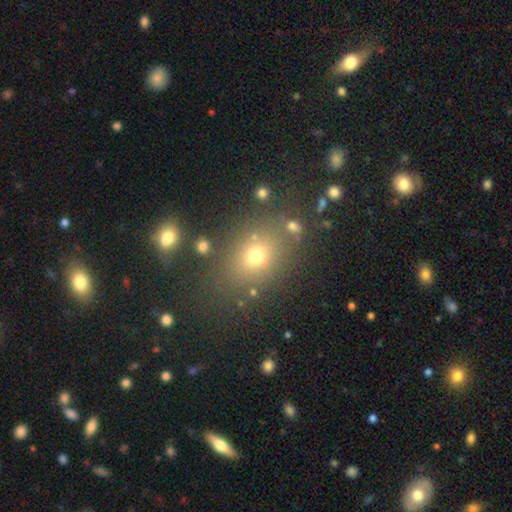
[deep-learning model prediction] Morphology: type=smooth (69%); roundness=in between (58%); merging=none (77%).